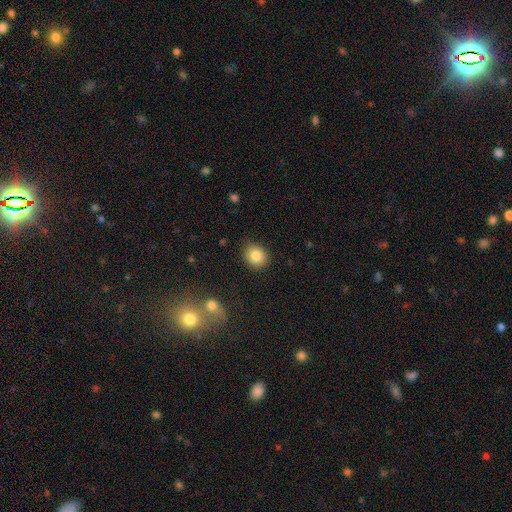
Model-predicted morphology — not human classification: type=smooth (84%); roundness=round (69%); merging=none (87%).